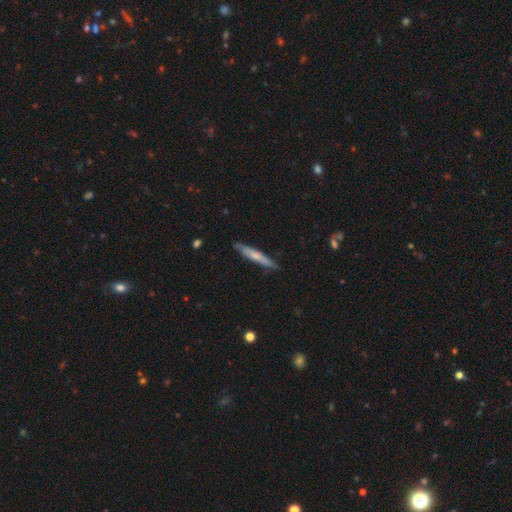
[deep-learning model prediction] This appears to be a smooth galaxy with no disk features (56%) that is cigar-shaped (93%). Merging: none (81%).